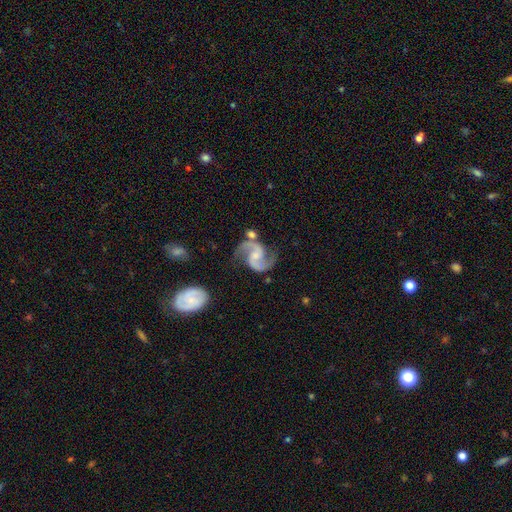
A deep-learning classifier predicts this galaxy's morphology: smooth-or-featured: featured or disk: 92% | star or artifact: 4% | smooth: 3%
  disk-edge-on: no: 98% | yes: 2%
    bar: no: 44% | weak: 43% | strong: 13%
    has-spiral-arms: yes: 98% | no: 2%
      spiral-winding: medium: 56% | loose: 33% | tight: 11%
      spiral-arm-count: 2: 94% | can't tell: 1% | 3: 1% | 1: 1% | 4: 1% | more than 4: 1%
    bulge-size: small: 46% | moderate: 34% | none: 16% | large: 3% | dominant: 1%
  merging: none: 70% | minor disturbance: 16% | major disturbance: 7% | merger: 7%